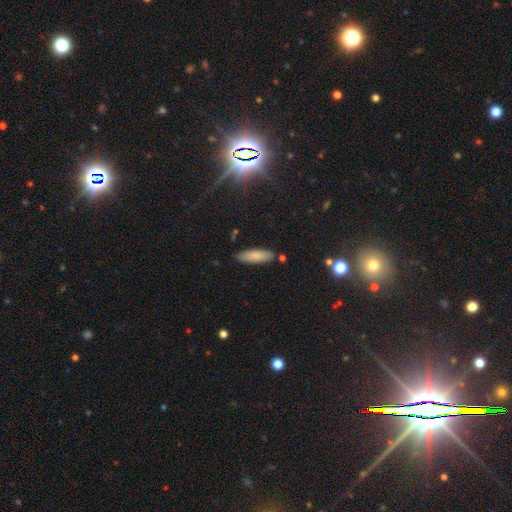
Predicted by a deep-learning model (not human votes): This is clearly a smooth galaxy (82%). How rounded: possibly in between (49%, tied with cigar-shaped). Merging: clearly none (83%).